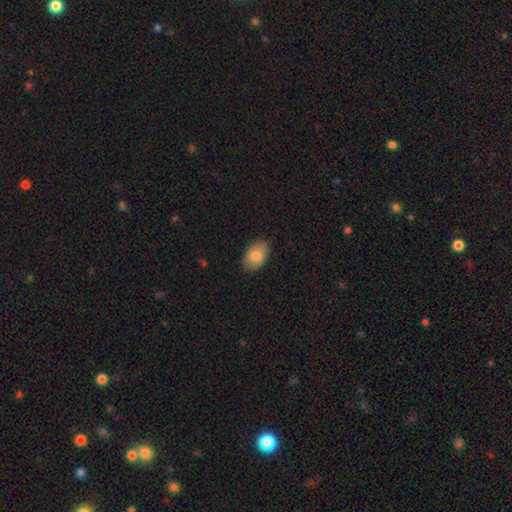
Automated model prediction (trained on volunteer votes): A smooth galaxy with no disk features (84%) that is in between round and cigar-shaped (87%).

Vote fractions:
- Smooth or featured? smooth: 84% / featured or disk: 10% / star or artifact: 7%
- How rounded? in between: 87% / round: 12% / cigar-shaped: 1%
- Merging? none: 82% / minor disturbance: 15% / major disturbance: 3% / merger: 1%